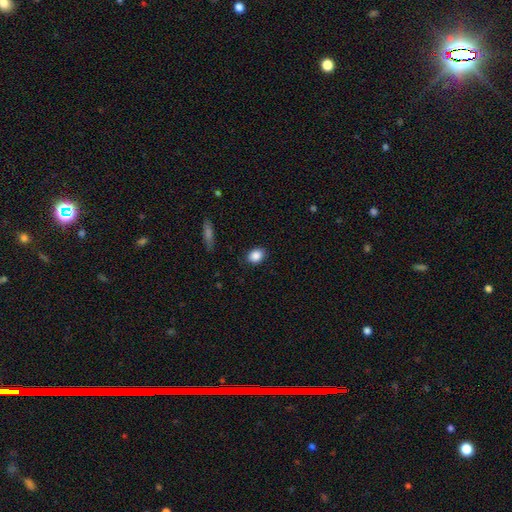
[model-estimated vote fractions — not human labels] smooth 87%, star or artifact 8%, featured or disk 4%. Down the decision tree: how rounded — in between (58%); merging — none (87%).